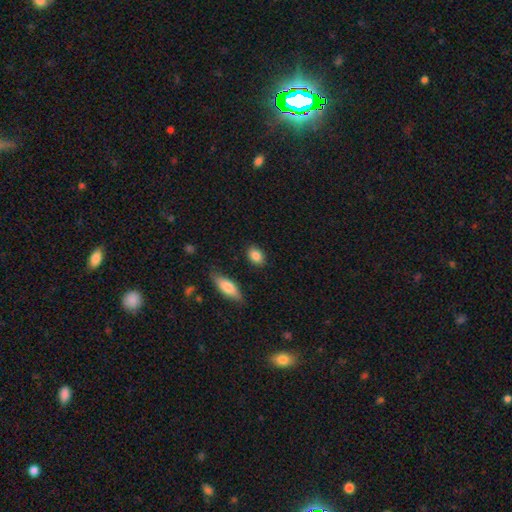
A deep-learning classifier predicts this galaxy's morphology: Q: Smooth or featured?
A: smooth (87%); runner-up: star or artifact (8%)
Q: How rounded?
A: in between (76%); runner-up: round (21%)
Q: Merging?
A: none (86%); runner-up: minor disturbance (9%)